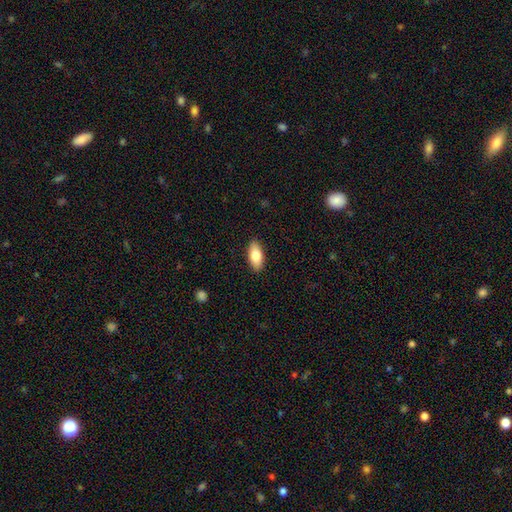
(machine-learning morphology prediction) smooth_or_featured: smooth (p=0.79) [alt: featured or disk p=0.15]
how_rounded: in between (p=0.88) [alt: cigar-shaped p=0.09]
merging: none (p=0.89) [alt: minor disturbance p=0.08]